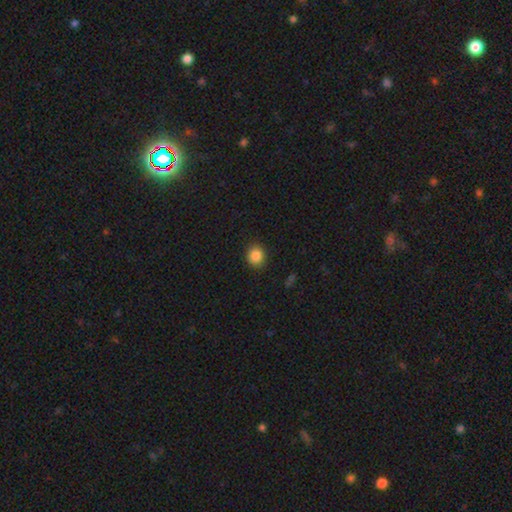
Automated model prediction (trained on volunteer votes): Morphology: type=smooth (86%); roundness=round (81%); merging=none (90%).